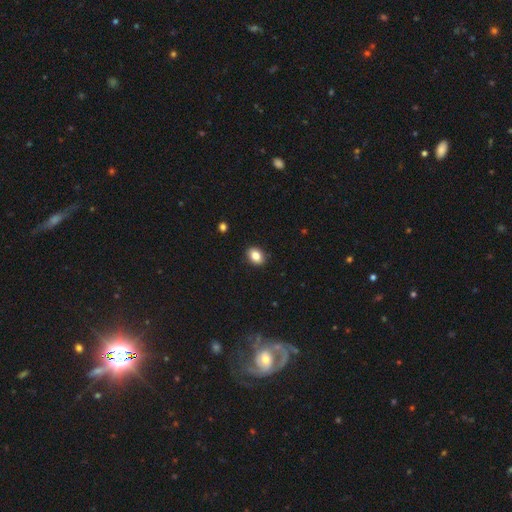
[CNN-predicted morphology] A smooth galaxy with no disk features (85%) that is in between round and cigar-shaped (69%). Merging: none (89%).